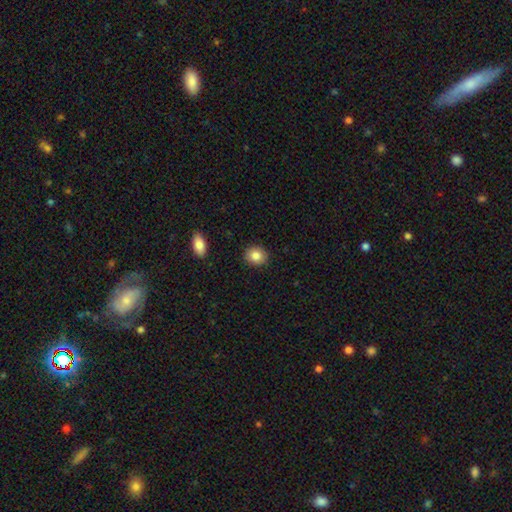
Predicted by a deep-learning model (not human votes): The model was most divided on "how rounded": round: 75%, in between: 23%, cigar-shaped: 1%. More confident: merging — none (89%); smooth or featured — smooth (84%).